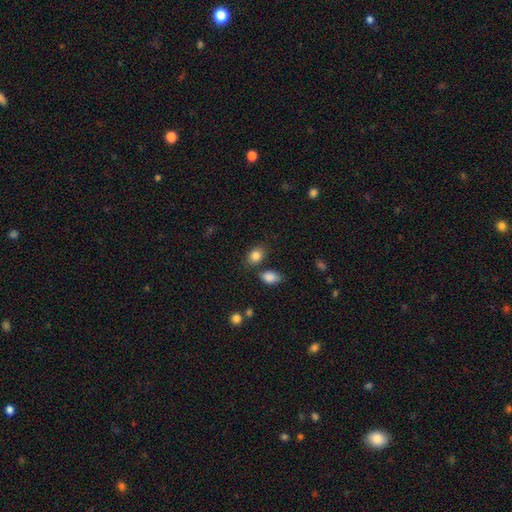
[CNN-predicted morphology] The model was most divided on "how rounded": in between: 75%, round: 24%, cigar-shaped: 1%. More confident: smooth or featured — smooth (85%); merging — none (72%).